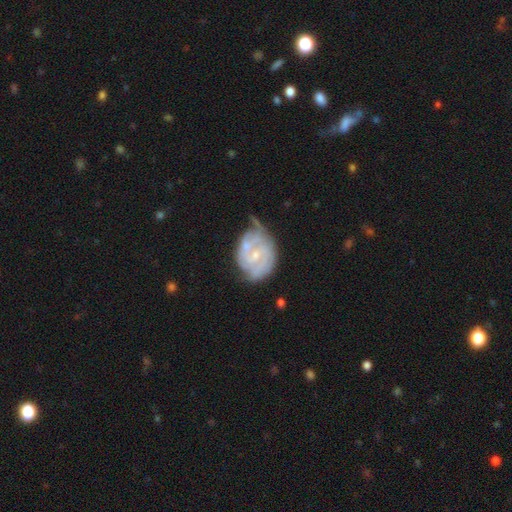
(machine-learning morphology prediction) smooth_or_featured: featured or disk (p=0.76) [alt: smooth p=0.18]
disk_edge_on: no (p=0.98) [alt: yes p=0.02]
bar: no (p=0.55) [alt: weak p=0.38]
has_spiral_arms: yes (p=0.85) [alt: no p=0.15]
spiral_winding: tight (p=0.61) [alt: medium p=0.29]
spiral_arm_count: can't tell (p=0.38) [alt: 2 p=0.36]
bulge_size: small (p=0.66) [alt: moderate p=0.28]
merging: none (p=0.41) [alt: minor disturbance p=0.32]